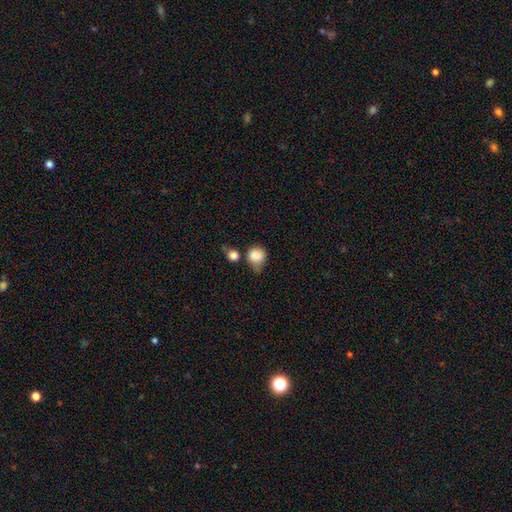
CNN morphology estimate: smooth_or_featured: smooth (p=0.85) [alt: star or artifact p=0.09]
how_rounded: round (p=0.68) [alt: in between p=0.31]
merging: none (p=0.38) [alt: minor disturbance p=0.26]